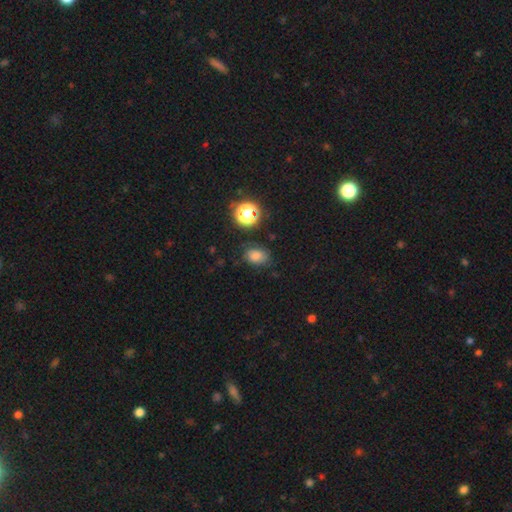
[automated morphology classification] The model was most divided on "how rounded": in between: 65%, round: 34%, cigar-shaped: 1%. More confident: smooth or featured — smooth (75%); merging — none (75%).